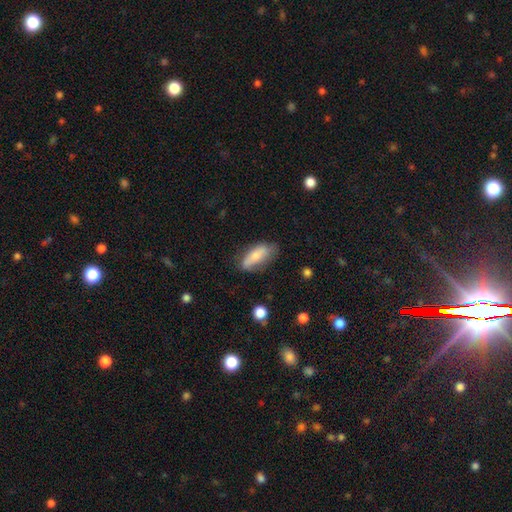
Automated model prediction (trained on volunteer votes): A smooth galaxy with no disk features (71%) that is in between round and cigar-shaped (76%).

Vote fractions:
- Smooth or featured? smooth: 71% / featured or disk: 22% / star or artifact: 6%
- How rounded? in between: 76% / cigar-shaped: 21% / round: 3%
- Merging? none: 64% / minor disturbance: 26% / major disturbance: 7% / merger: 2%